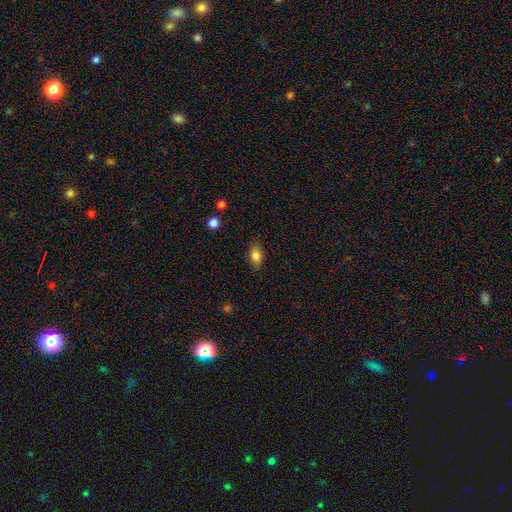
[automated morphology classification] Smooth or featured? smooth (83%)
How rounded? in between (83%)
Merging? none (79%)